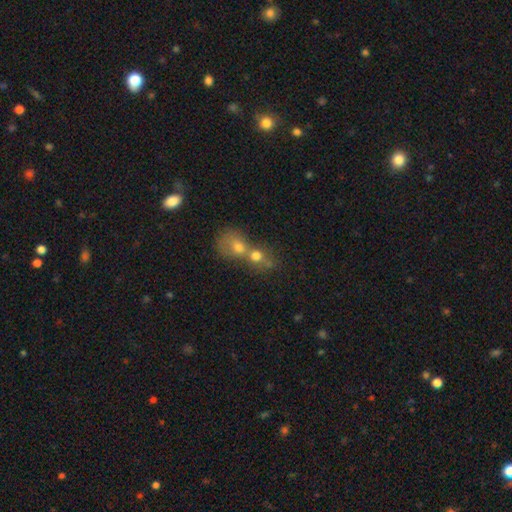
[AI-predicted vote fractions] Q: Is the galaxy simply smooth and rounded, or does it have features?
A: smooth — 64%.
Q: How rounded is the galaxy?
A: round — 65%.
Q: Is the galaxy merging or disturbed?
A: merger — 75%.